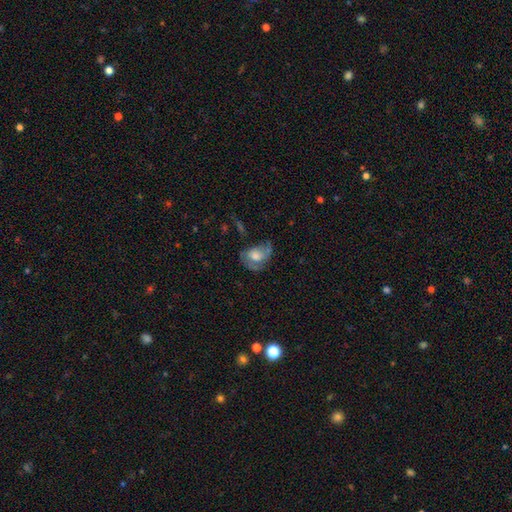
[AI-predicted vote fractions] A smooth galaxy with no disk features (47%). Merging: none (41%).